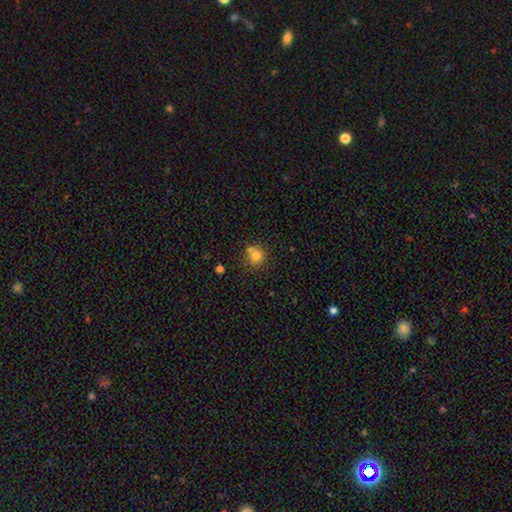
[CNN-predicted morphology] smooth_or_featured: smooth (p=0.77) [alt: star or artifact p=0.13]
how_rounded: round (p=0.89) [alt: in between p=0.10]
merging: none (p=0.64) [alt: merger p=0.21]